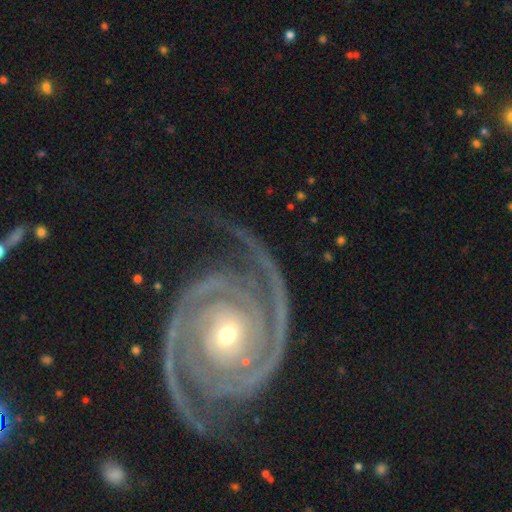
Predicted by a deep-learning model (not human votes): Smooth or featured? featured or disk (93%)
Edge-on disk? no (98%)
Bar? no (69%)
Spiral arms? yes (99%)
Spiral winding? tight (74%)
Spiral arm count? 2 (84%)
Bulge size? small (57%)
Merging? none (74%)